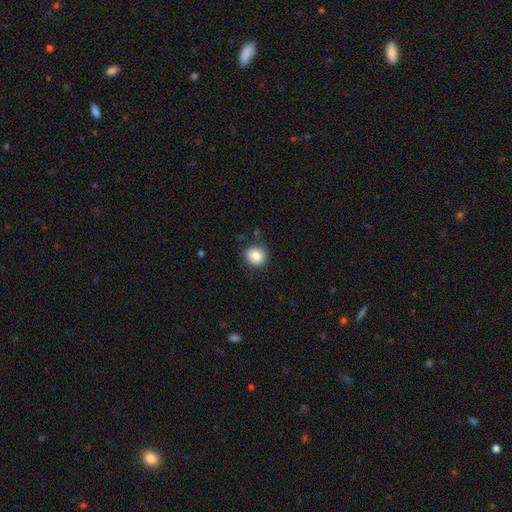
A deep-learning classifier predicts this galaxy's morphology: smooth_or_featured: smooth (p=0.84) [alt: star or artifact p=0.09]
how_rounded: round (p=0.86) [alt: in between p=0.13]
merging: none (p=0.81) [alt: minor disturbance p=0.13]